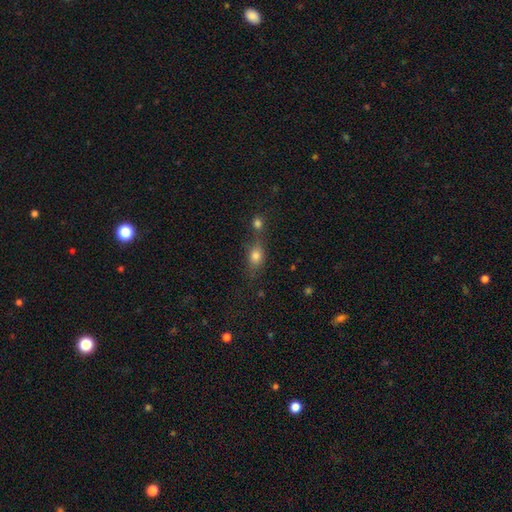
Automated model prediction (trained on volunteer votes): smooth 77%, star or artifact 13%, featured or disk 10%. Down the decision tree: how rounded — in between (59%); merging — none (49%).